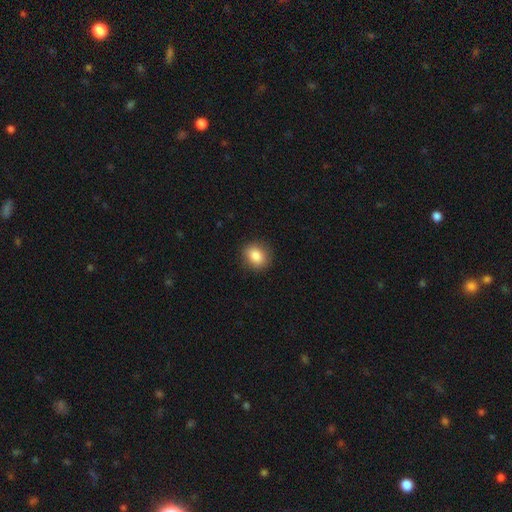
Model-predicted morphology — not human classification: Smooth or featured? Predicted: smooth (p=0.85). How rounded? Predicted: round (p=0.64). Merging? Predicted: none (p=0.88).